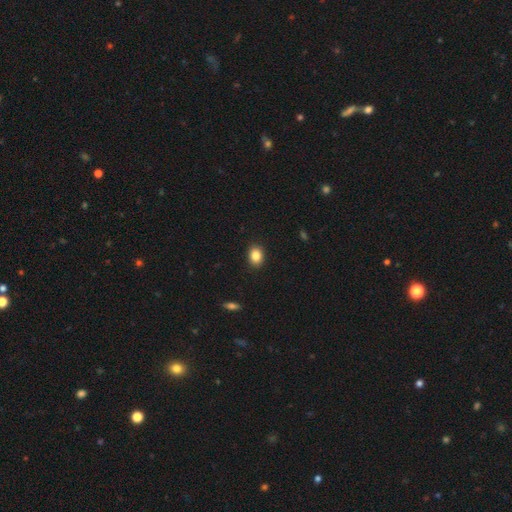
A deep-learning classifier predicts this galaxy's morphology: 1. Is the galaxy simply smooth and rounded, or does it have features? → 86% smooth, 9% star or artifact, 5% featured or disk.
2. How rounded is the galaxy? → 67% in between, 32% round, 1% cigar-shaped.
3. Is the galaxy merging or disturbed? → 90% none, 7% minor disturbance, 2% major disturbance, 1% merger.